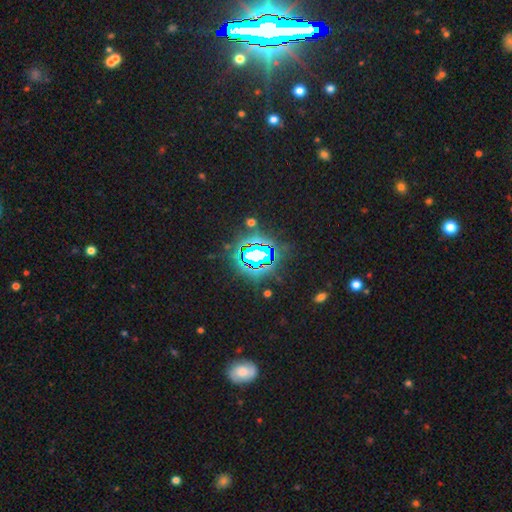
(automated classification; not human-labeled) Smooth or featured: star or artifact — 78% (smooth — 12%)